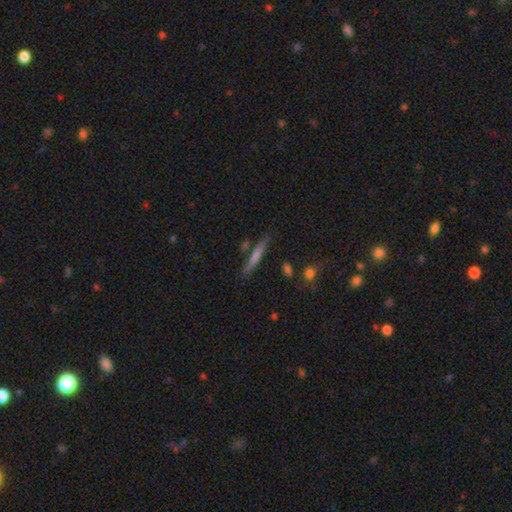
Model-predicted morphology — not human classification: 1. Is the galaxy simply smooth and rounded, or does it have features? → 54% smooth, 38% featured or disk, 8% star or artifact.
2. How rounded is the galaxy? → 92% cigar-shaped, 5% in between, 2% round.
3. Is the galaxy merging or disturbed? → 81% none, 11% minor disturbance, 6% merger, 3% major disturbance.